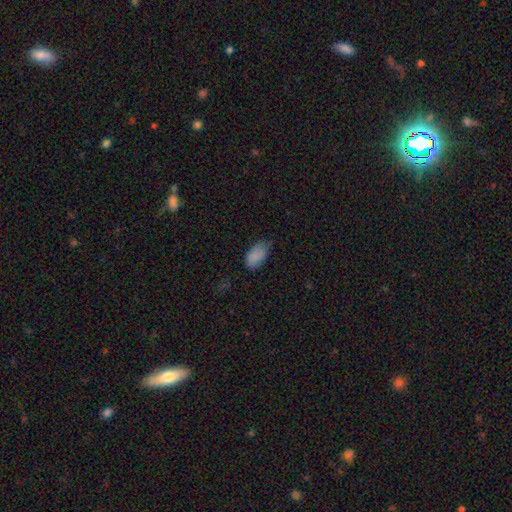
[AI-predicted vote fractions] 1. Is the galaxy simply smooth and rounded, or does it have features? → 85% smooth, 8% star or artifact, 7% featured or disk.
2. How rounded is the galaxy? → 94% in between, 4% round, 2% cigar-shaped.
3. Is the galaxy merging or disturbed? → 56% none, 36% minor disturbance, 7% major disturbance, 1% merger.